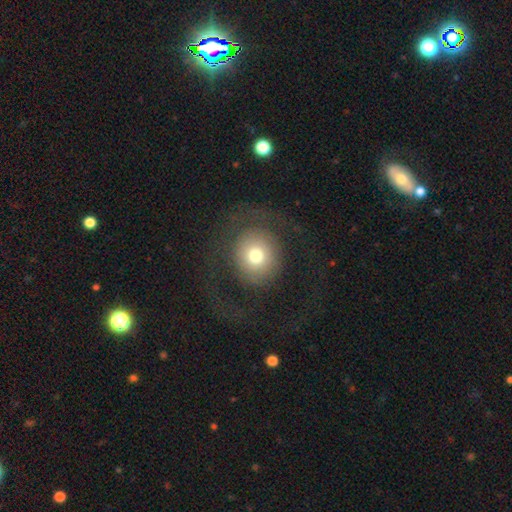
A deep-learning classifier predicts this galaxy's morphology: A smooth galaxy with no disk features (68%) that is round (84%). Merging: none (62%).